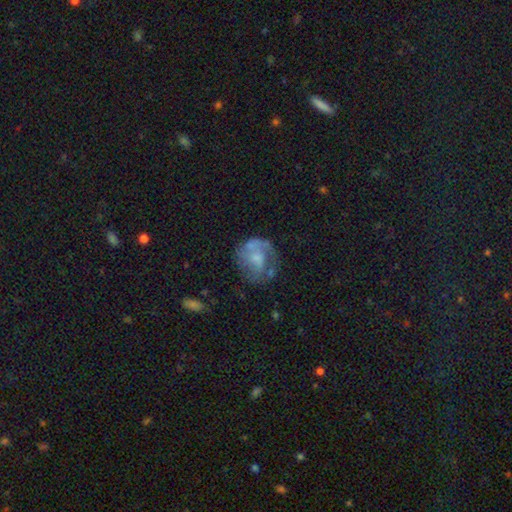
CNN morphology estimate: Smooth or featured?
  - featured or disk: 59% *
  - smooth: 32%
  - star or artifact: 9%
Edge-on disk?
  - no: 98% *
  - yes: 2%
Bar?
  - no: 69% *
  - weak: 26%
  - strong: 5%
Spiral arms?
  - yes: 63% *
  - no: 37%
Bulge size?
  - moderate: 38% *
  - small: 33%
  - none: 21%
  - large: 7%
  - dominant: 2%
Merging?
  - none: 51% *
  - minor disturbance: 23%
  - major disturbance: 22%
  - merger: 5%